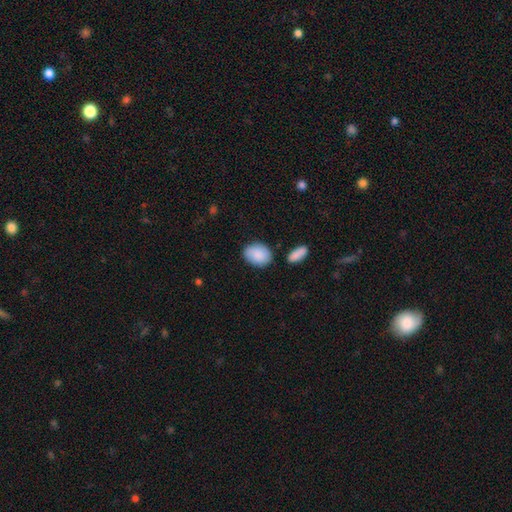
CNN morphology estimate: Smooth or featured: smooth — 88% (star or artifact — 6%)
How rounded: in between — 73% (round — 25%)
Merging: none — 77% (minor disturbance — 14%)